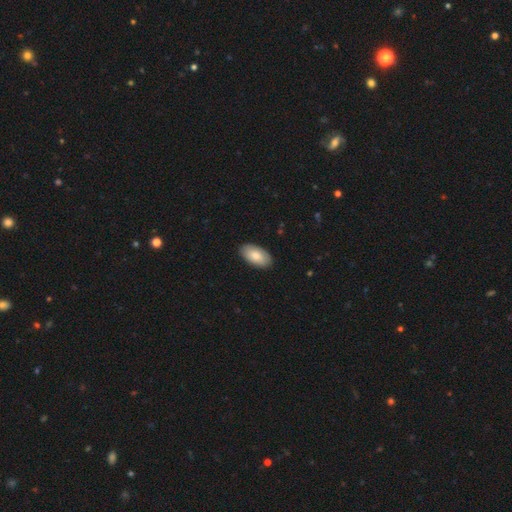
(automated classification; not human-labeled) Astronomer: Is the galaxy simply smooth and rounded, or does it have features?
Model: smooth — 82%.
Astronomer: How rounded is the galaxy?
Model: in between — 96%.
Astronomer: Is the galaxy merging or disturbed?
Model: none — 88%.